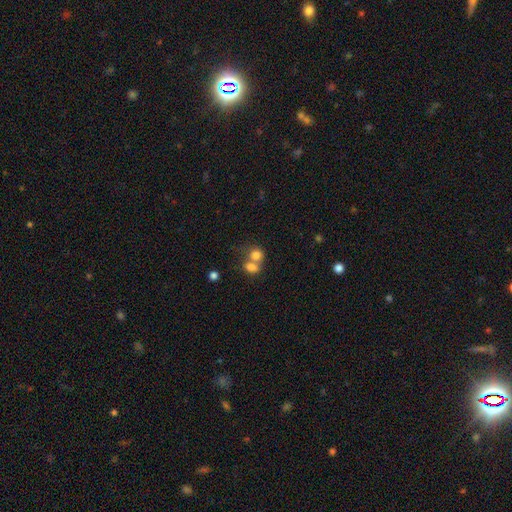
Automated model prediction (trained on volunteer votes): smooth_or_featured: smooth (p=0.78) [alt: featured or disk p=0.12]
how_rounded: round (p=0.56) [alt: in between p=0.43]
merging: merger (p=0.62) [alt: none p=0.27]